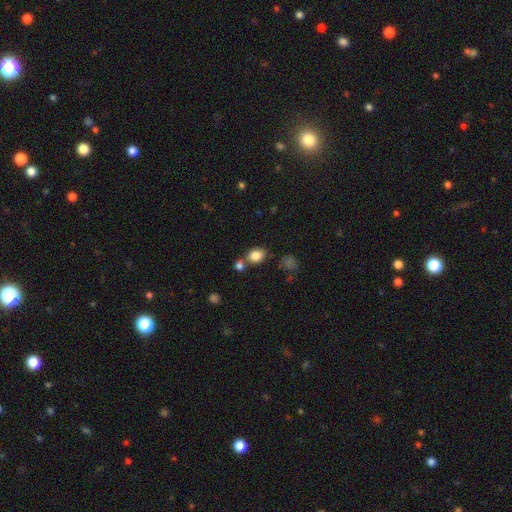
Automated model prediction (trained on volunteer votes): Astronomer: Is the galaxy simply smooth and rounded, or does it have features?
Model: smooth — 84%.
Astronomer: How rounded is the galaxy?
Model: in between — 54% (runner-up: round, 45%).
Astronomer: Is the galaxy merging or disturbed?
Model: none — 60%.